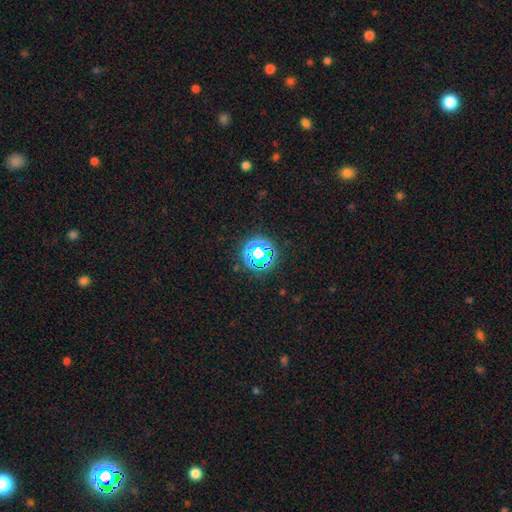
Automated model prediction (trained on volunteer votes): Morphology: type=star or artifact (66%).